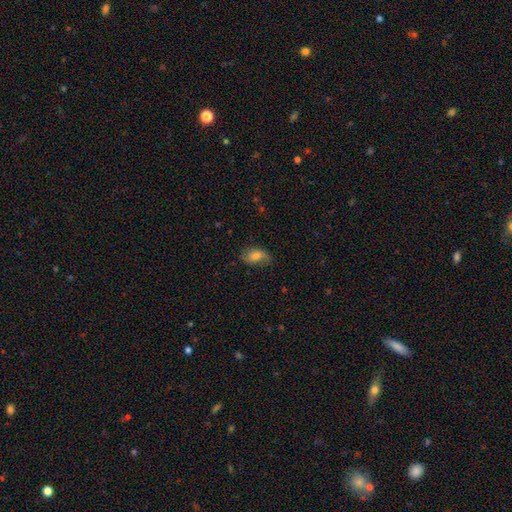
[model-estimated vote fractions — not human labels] smooth 55%, featured or disk 36%, star or artifact 9%. Down the decision tree: how rounded — in between (88%); merging — none (67%).